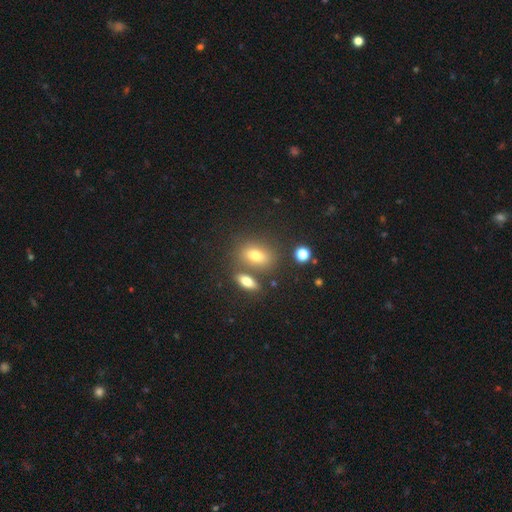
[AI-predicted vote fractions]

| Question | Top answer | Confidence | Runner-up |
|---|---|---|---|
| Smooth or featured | smooth | 72% | featured or disk (16%) |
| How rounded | in between | 73% | round (22%) |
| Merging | none | 62% | merger (21%) |